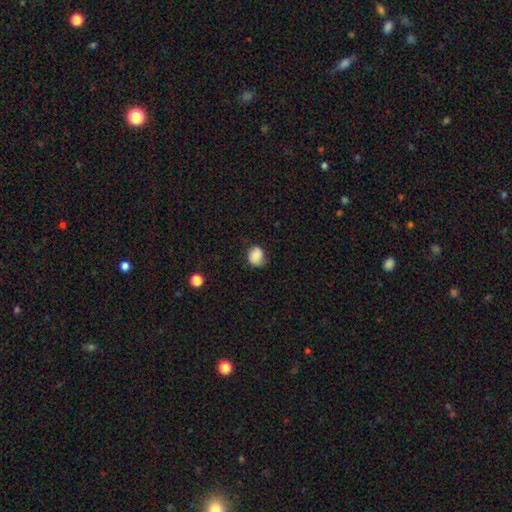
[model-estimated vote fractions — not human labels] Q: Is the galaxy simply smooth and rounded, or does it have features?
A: smooth — 78%.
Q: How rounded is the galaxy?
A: round — 68%.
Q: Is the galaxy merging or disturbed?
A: none — 72%.